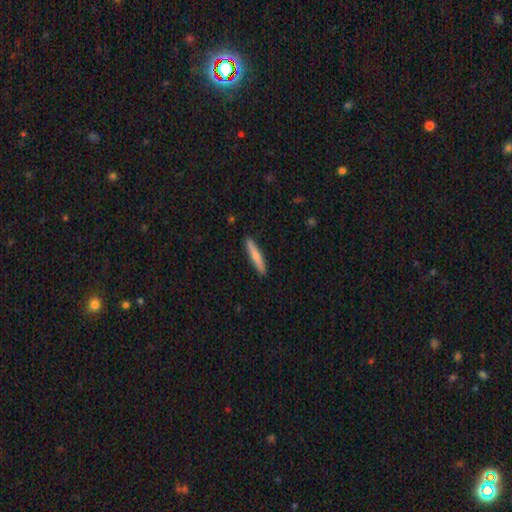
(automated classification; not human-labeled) This is likely a smooth galaxy (74%). How rounded: clearly cigar-shaped (92%). Merging: clearly none (91%).